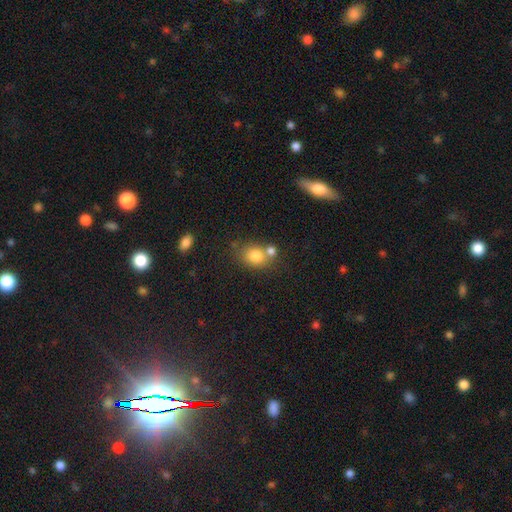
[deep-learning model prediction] smooth-or-featured: smooth: 81% | star or artifact: 10% | featured or disk: 9%
  how-rounded: round: 54% | in between: 45% | cigar-shaped: 1%
  merging: none: 52% | merger: 31% | minor disturbance: 13% | major disturbance: 5%